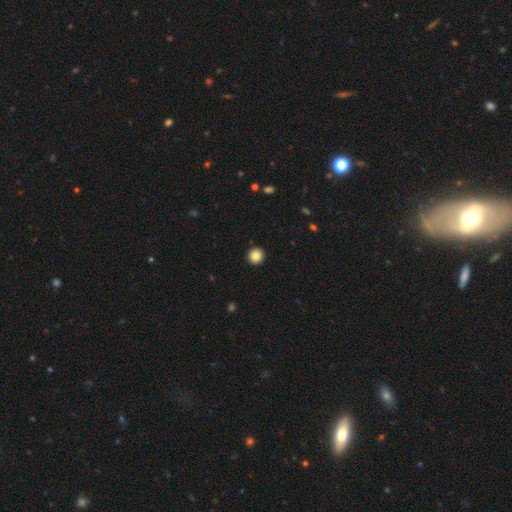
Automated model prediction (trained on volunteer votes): smooth_or_featured: smooth (p=0.85) [alt: star or artifact p=0.09]
how_rounded: round (p=0.94) [alt: in between p=0.05]
merging: none (p=0.94) [alt: minor disturbance p=0.04]